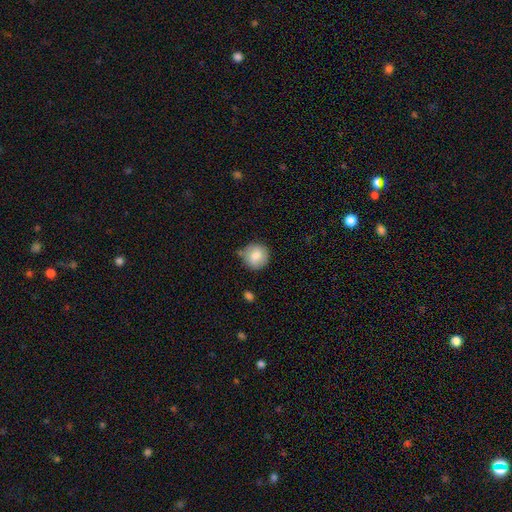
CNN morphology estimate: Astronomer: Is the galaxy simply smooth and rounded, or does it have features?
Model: smooth — 77%.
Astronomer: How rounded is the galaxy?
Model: round — 88%.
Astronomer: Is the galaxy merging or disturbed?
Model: none — 68%.